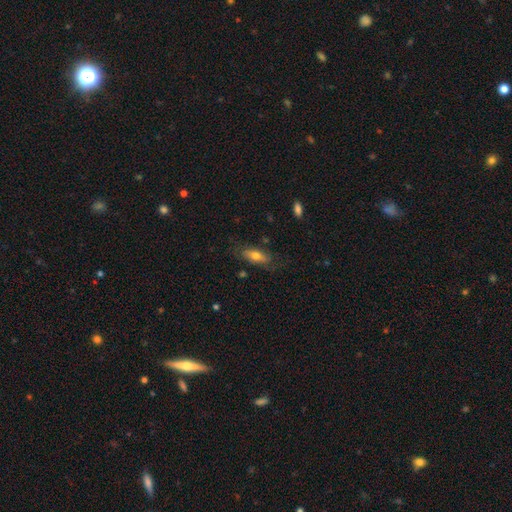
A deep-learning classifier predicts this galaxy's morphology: A smooth galaxy with no disk features (66%) that is in between round and cigar-shaped (75%).

Vote fractions:
- Smooth or featured? smooth: 66% / featured or disk: 27% / star or artifact: 7%
- How rounded? in between: 75% / cigar-shaped: 21% / round: 3%
- Merging? none: 71% / minor disturbance: 20% / major disturbance: 7% / merger: 2%